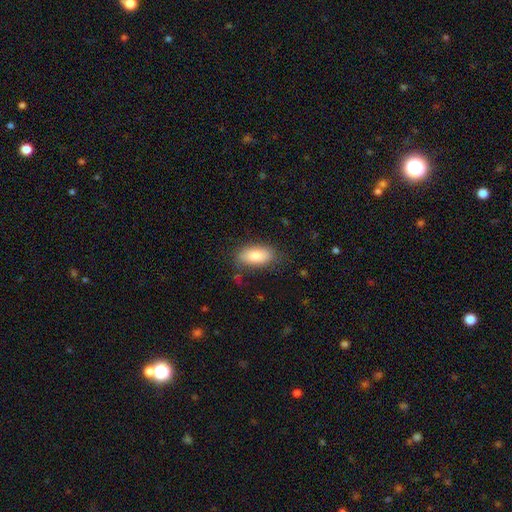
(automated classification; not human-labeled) Smooth or featured?
  - smooth: 82% *
  - featured or disk: 11%
  - star or artifact: 7%
How rounded?
  - in between: 92% *
  - round: 4%
  - cigar-shaped: 4%
Merging?
  - none: 76% *
  - minor disturbance: 17%
  - major disturbance: 5%
  - merger: 2%